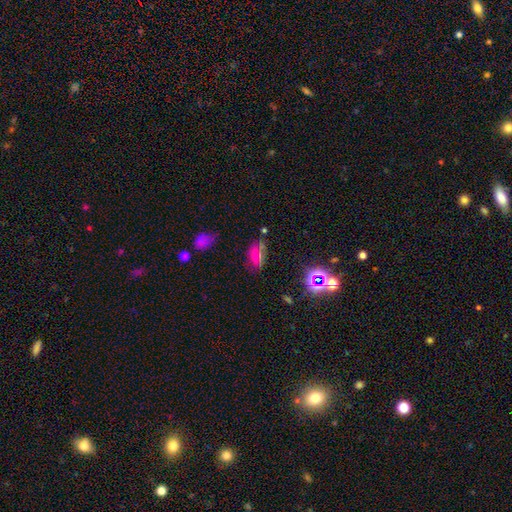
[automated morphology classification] A smooth galaxy with no disk features (55%) that is in between round and cigar-shaped (88%).

Vote fractions:
- Smooth or featured? smooth: 55% / star or artifact: 29% / featured or disk: 17%
- How rounded? in between: 88% / round: 9% / cigar-shaped: 3%
- Merging? none: 66% / minor disturbance: 21% / major disturbance: 8% / merger: 5%